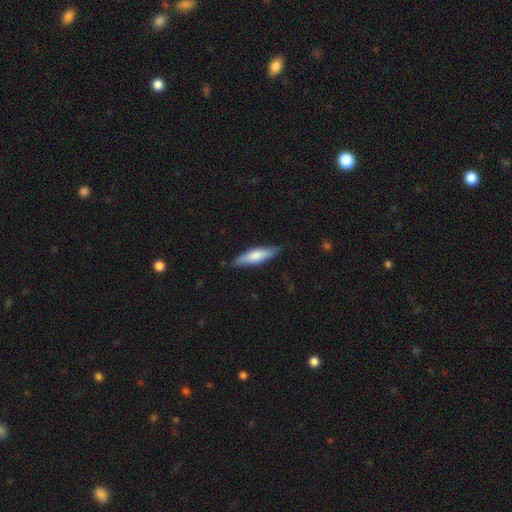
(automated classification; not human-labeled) smooth 69%, featured or disk 26%, star or artifact 5%. Down the decision tree: how rounded — cigar-shaped (67%); merging — none (83%).